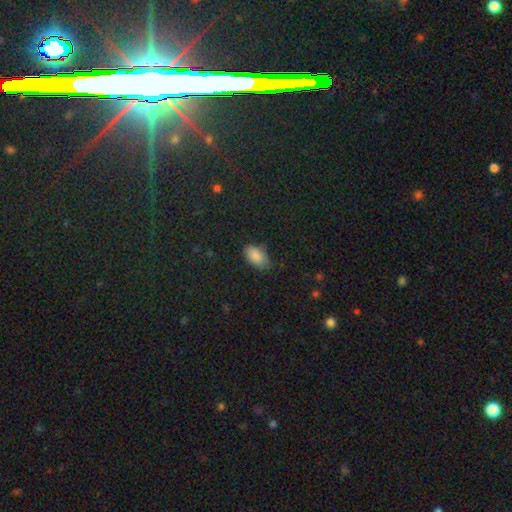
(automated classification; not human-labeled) The model was most divided on "merging": none: 71%, minor disturbance: 23%, major disturbance: 4%, merger: 1%. More confident: how rounded — in between (94%); smooth or featured — smooth (87%).